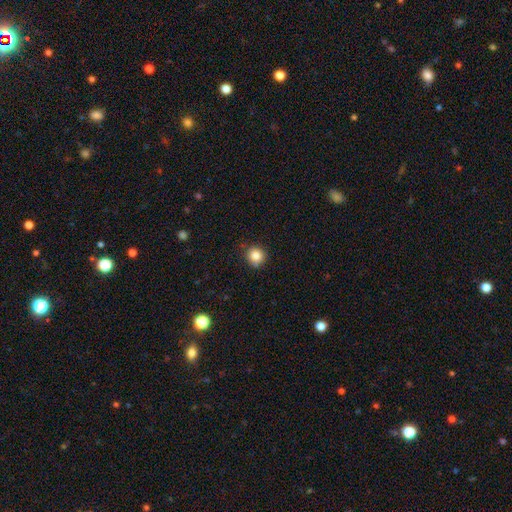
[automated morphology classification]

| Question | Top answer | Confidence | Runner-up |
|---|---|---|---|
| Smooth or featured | smooth | 84% | star or artifact (11%) |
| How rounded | round | 91% | in between (8%) |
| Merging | none | 83% | minor disturbance (13%) |